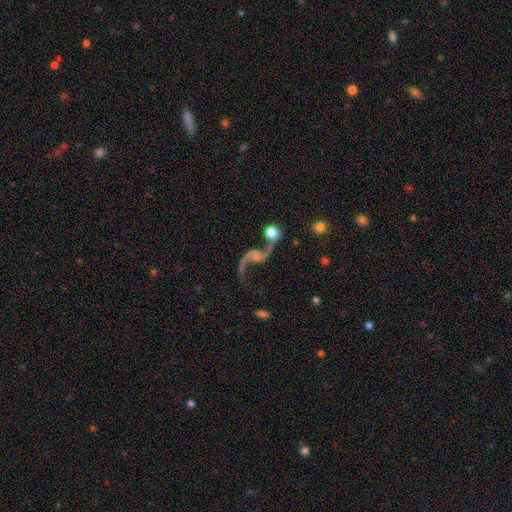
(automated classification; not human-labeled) This is likely a featured or disk galaxy (74%). It is clearly not viewed edge-on (95%). Bar: possibly no (57%). Spiral arm pattern: clearly yes (88%). Spiral arm count: likely 2 (76%). Spiral winding: clearly loose (84%). Central bulge: marginally small (36%). Merging: possibly none (46%).